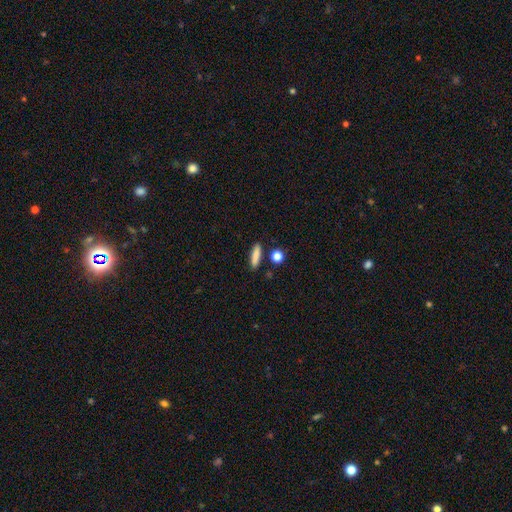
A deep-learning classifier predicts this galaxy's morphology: A smooth galaxy with no disk features (84%) that is cigar-shaped (73%). Merging: none (85%).